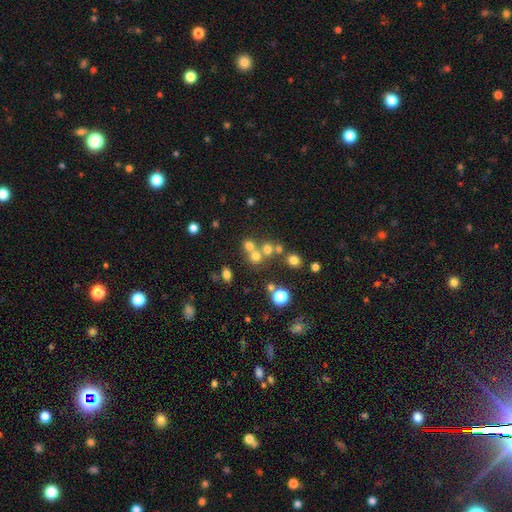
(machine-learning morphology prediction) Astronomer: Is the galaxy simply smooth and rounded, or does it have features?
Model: smooth — 61%.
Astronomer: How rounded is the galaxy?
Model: round — 82%.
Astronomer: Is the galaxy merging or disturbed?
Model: none — 50% (runner-up: merger, 38%).